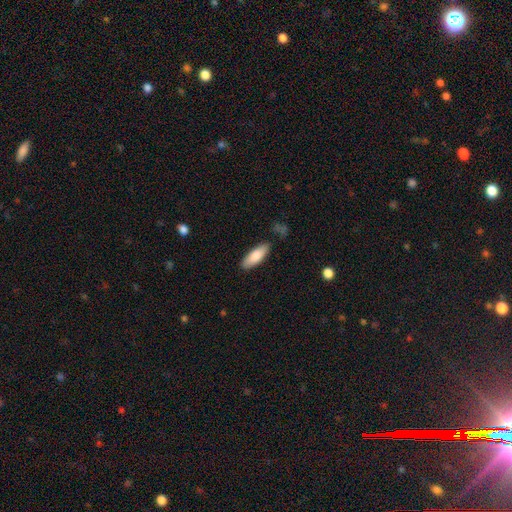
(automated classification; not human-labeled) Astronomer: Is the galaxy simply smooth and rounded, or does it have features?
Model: smooth — 82%.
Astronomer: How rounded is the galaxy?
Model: in between — 63%.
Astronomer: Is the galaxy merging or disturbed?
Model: none — 84%.